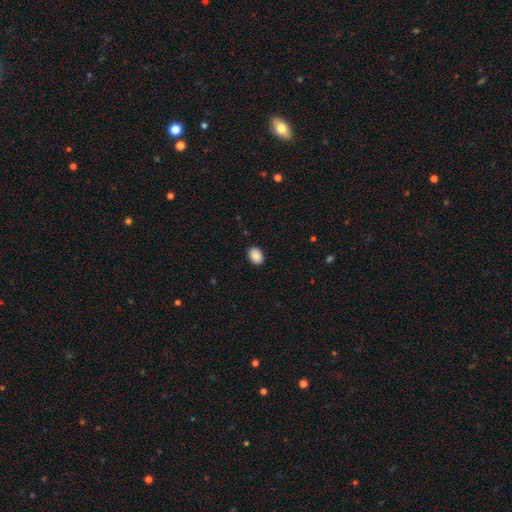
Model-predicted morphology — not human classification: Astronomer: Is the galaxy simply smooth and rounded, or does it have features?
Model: smooth — 88%.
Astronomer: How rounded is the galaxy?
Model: in between — 69%.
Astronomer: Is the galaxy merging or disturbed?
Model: none — 89%.